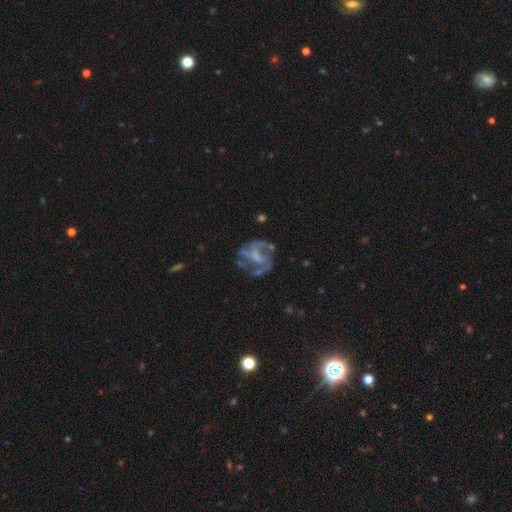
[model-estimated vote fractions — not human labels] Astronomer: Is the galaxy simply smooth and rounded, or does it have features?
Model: featured or disk — 71%.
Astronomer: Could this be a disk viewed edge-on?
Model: no — 97%.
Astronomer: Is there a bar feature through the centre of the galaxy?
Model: no — 52% (runner-up: weak, 34%).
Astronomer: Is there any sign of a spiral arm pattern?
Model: yes — 59% (runner-up: no, 41%).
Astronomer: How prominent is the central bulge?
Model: none — 47% (runner-up: moderate, 23%).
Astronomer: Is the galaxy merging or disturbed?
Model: none — 48% (runner-up: major disturbance, 27%).